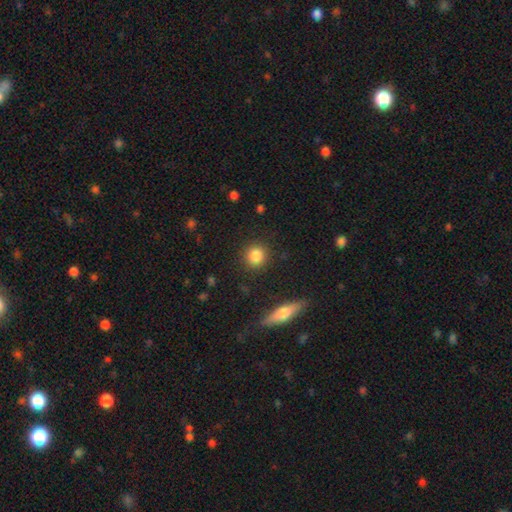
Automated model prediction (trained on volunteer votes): Smooth or featured: smooth — 85% (star or artifact — 9%)
How rounded: round — 86% (in between — 12%)
Merging: none — 89% (minor disturbance — 7%)